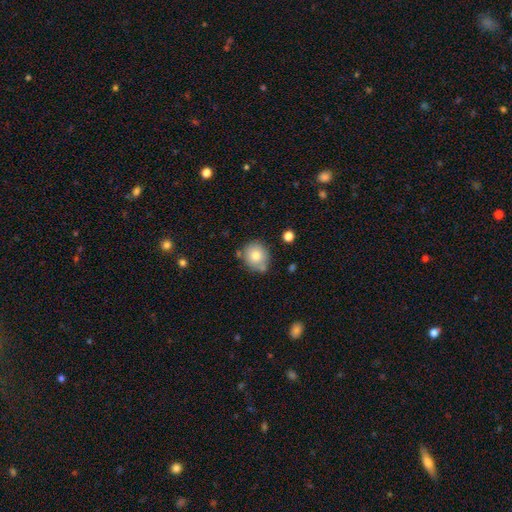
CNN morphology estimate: smooth 80%, featured or disk 11%, star or artifact 9%. Down the decision tree: how rounded — round (78%); merging — none (68%).